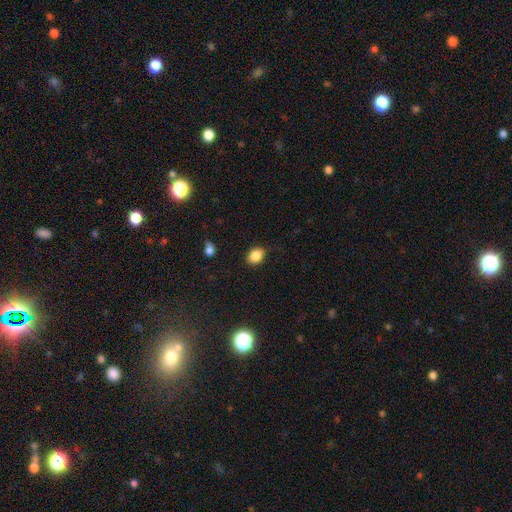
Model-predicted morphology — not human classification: type=smooth (86%); roundness=in between (73%); merging=none (82%).